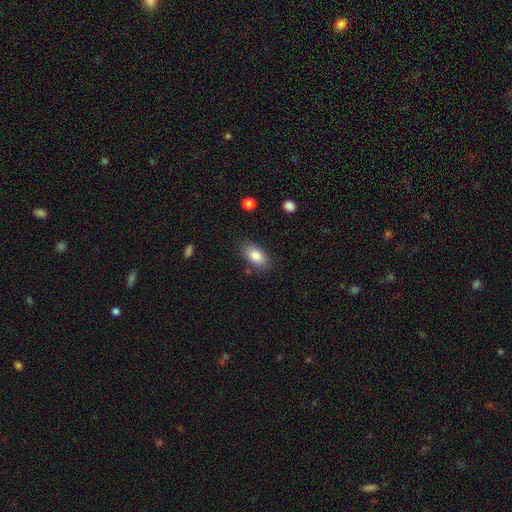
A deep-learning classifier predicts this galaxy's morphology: This is clearly a smooth galaxy (84%). How rounded: clearly in between (91%). Merging: clearly none (82%).